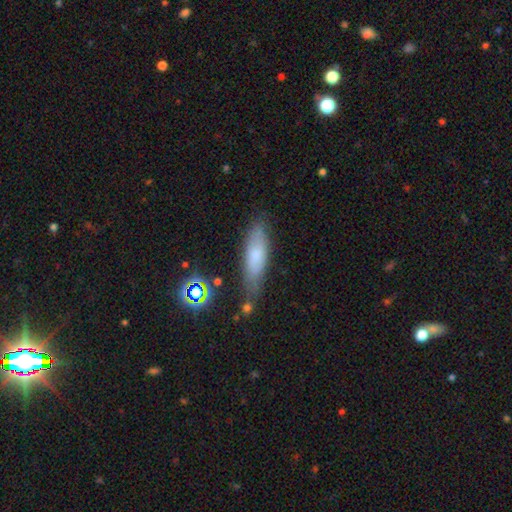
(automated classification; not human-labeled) smooth-or-featured: smooth: 68% | featured or disk: 22% | star or artifact: 10%
  how-rounded: cigar-shaped: 58% | in between: 40% | round: 2%
  merging: none: 69% | minor disturbance: 21% | major disturbance: 5% | merger: 5%